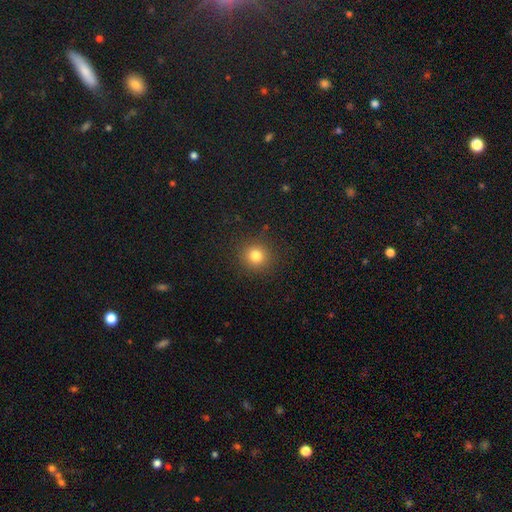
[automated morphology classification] Smooth or featured?
  - smooth: 80% *
  - star or artifact: 14%
  - featured or disk: 7%
How rounded?
  - round: 92% *
  - in between: 7%
  - cigar-shaped: 1%
Merging?
  - none: 90% *
  - minor disturbance: 7%
  - major disturbance: 3%
  - merger: 1%